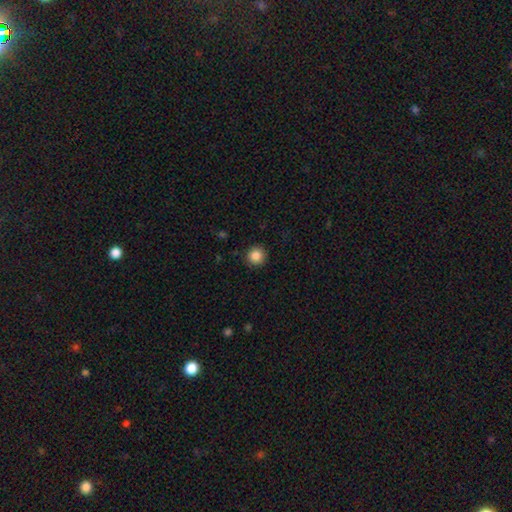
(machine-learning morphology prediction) The model was most divided on "smooth or featured": smooth: 86%, star or artifact: 10%, featured or disk: 4%. More confident: how rounded — round (95%); merging — none (92%).